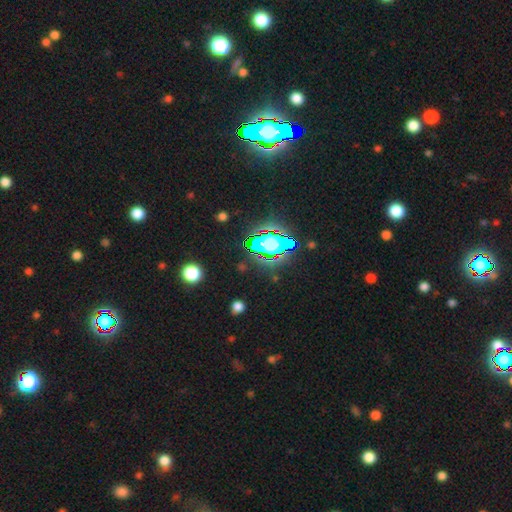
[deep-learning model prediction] star or artifact 81%, smooth 11%, featured or disk 8%.